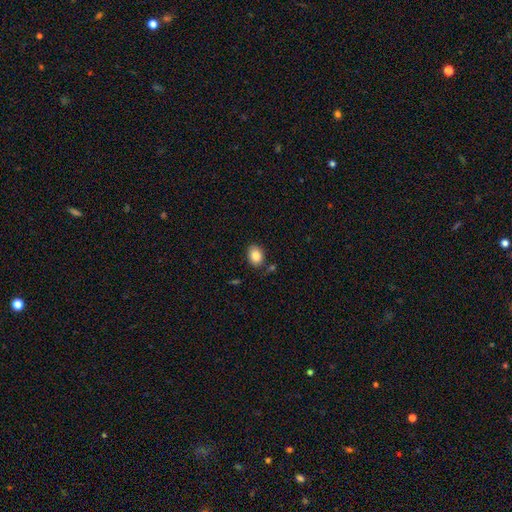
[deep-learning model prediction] Morphology: type=smooth (86%); roundness=in between (67%); merging=none (79%).